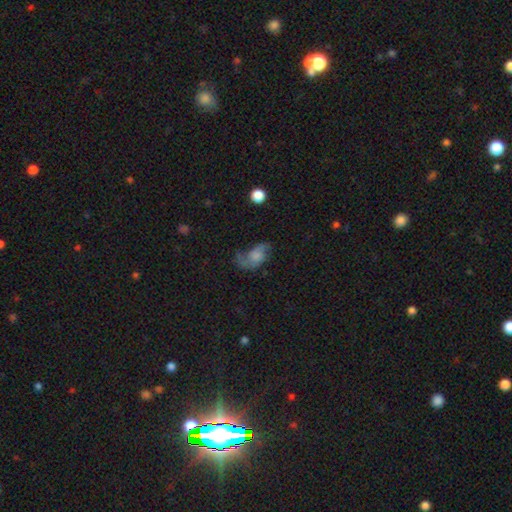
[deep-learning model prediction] Q: Smooth or featured?
A: featured or disk (51%); runner-up: smooth (39%)
Q: Edge-on disk?
A: no (96%); runner-up: yes (4%)
Q: Merging?
A: none (41%); runner-up: major disturbance (30%)